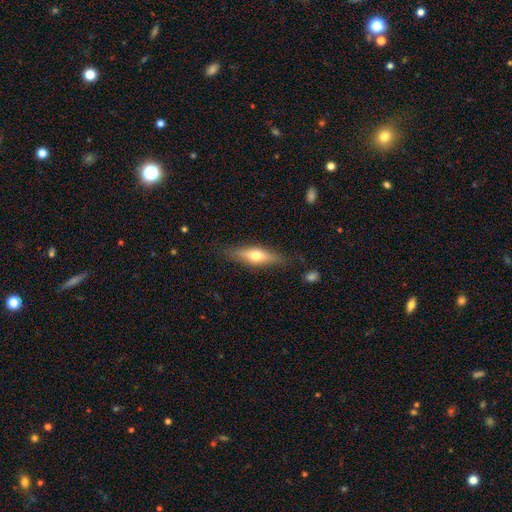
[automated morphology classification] smooth-or-featured: smooth: 51% | featured or disk: 43% | star or artifact: 6%
  how-rounded: cigar-shaped: 59% | in between: 38% | round: 3%
  merging: none: 83% | minor disturbance: 12% | major disturbance: 3% | merger: 1%